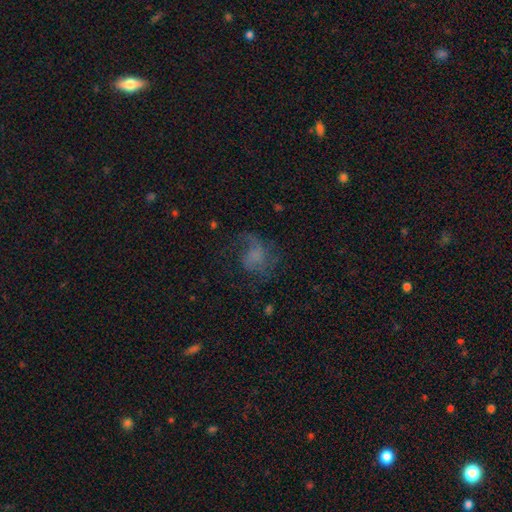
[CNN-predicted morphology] The model was most divided on "merging": none: 44%, major disturbance: 35%, minor disturbance: 19%, merger: 2%. More confident: edge-on disk — no (98%); smooth or featured — featured or disk (51%).